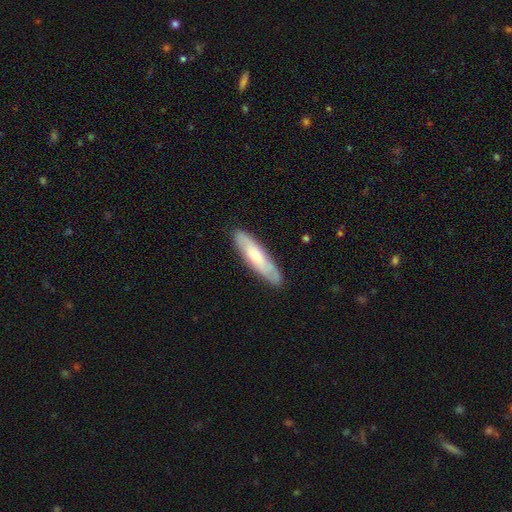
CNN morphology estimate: Smooth or featured? smooth (53%)
How rounded? cigar-shaped (74%)
Merging? none (86%)